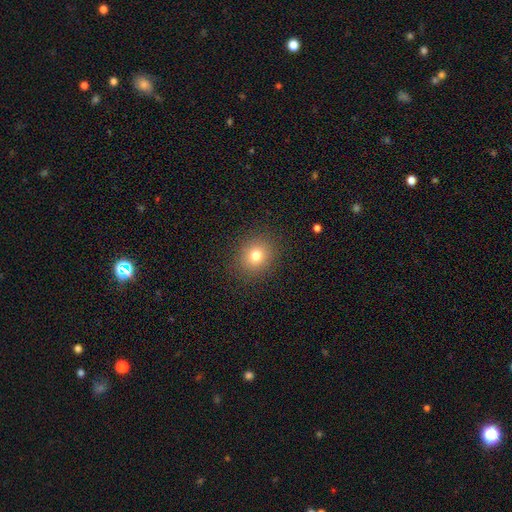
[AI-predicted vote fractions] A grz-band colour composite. It shows a smooth galaxy with no disk features (77%) that is round (77%). Merging: none (89%).